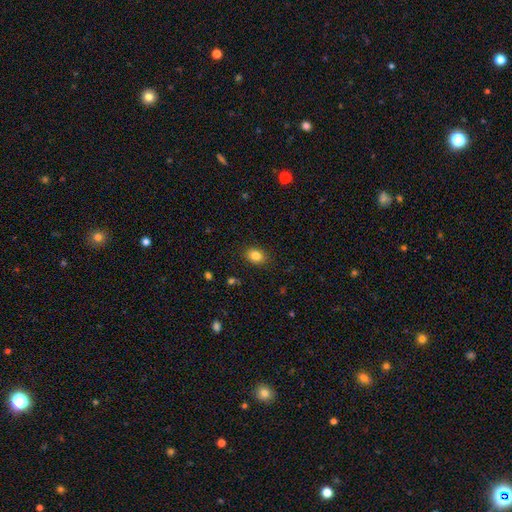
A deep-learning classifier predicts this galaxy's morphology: Smooth or featured?
  - smooth: 84% *
  - star or artifact: 10%
  - featured or disk: 6%
How rounded?
  - in between: 68% *
  - round: 31%
  - cigar-shaped: 1%
Merging?
  - none: 86% *
  - minor disturbance: 10%
  - major disturbance: 3%
  - merger: 1%